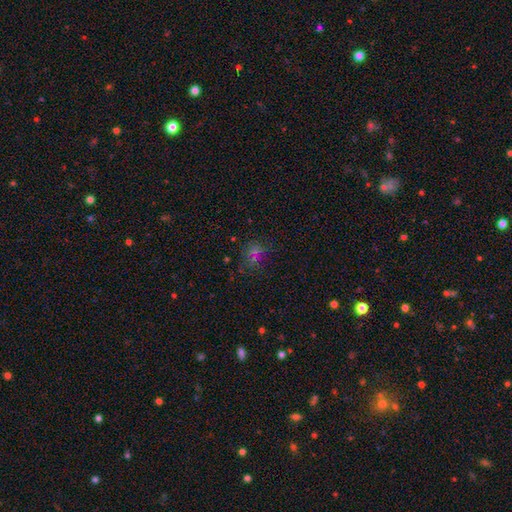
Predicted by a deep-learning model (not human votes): Smooth or featured? smooth (49%)
Merging? none (64%)